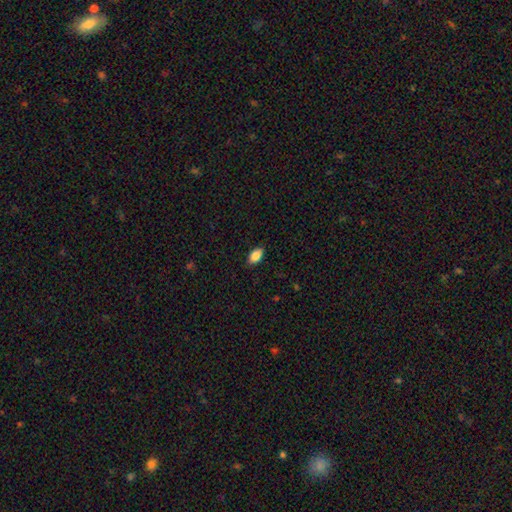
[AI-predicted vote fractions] A smooth galaxy with no disk features (86%) that is in between round and cigar-shaped (92%). Merging: none (88%).